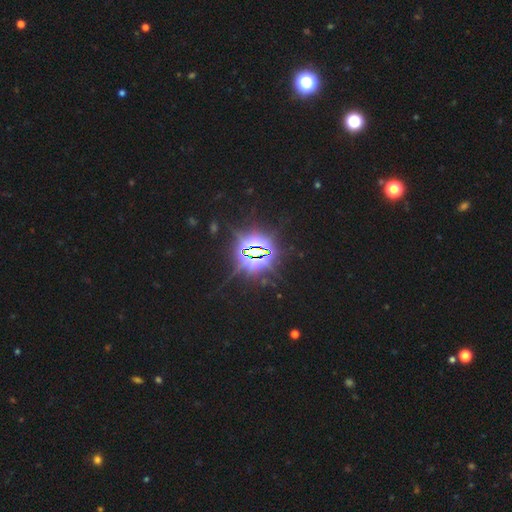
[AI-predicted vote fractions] A star or artifact, not a galaxy (86%).